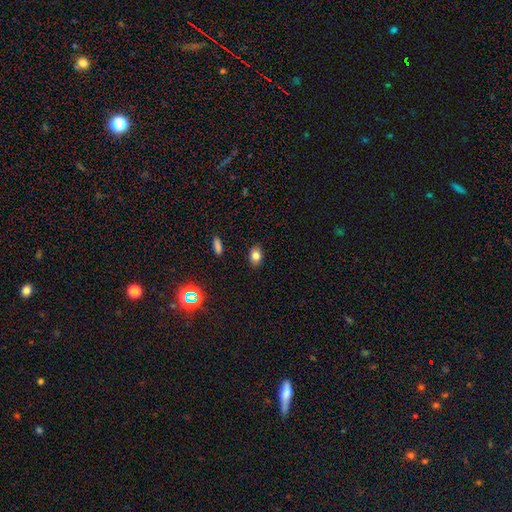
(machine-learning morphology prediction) Smooth or featured: smooth — 79% (star or artifact — 13%)
How rounded: in between — 73% (round — 25%)
Merging: none — 86% (minor disturbance — 10%)